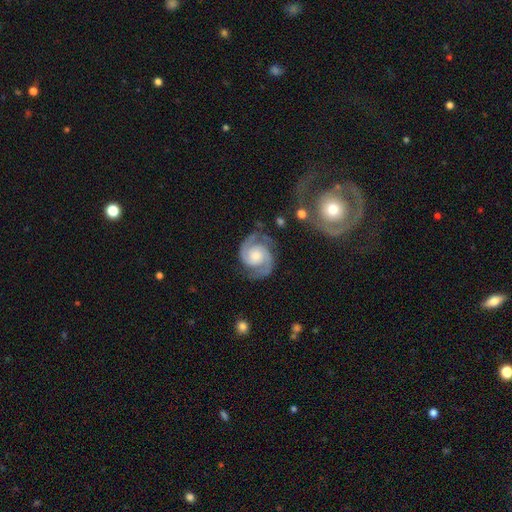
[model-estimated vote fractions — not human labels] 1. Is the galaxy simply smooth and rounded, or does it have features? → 90% featured or disk, 5% smooth, 4% star or artifact.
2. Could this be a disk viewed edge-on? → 98% no, 2% yes.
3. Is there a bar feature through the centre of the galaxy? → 64% no, 29% weak, 7% strong.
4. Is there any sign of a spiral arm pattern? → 98% yes, 2% no.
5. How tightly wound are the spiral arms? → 47% tight, 46% medium, 8% loose.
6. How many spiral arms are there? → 93% 2, 2% can't tell, 2% 3, 1% 1, 1% 4, 1% more than 4.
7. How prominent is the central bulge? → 45% moderate, 26% small, 16% large, 10% none, 2% dominant.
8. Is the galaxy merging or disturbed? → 79% none, 15% minor disturbance, 5% major disturbance, 2% merger.